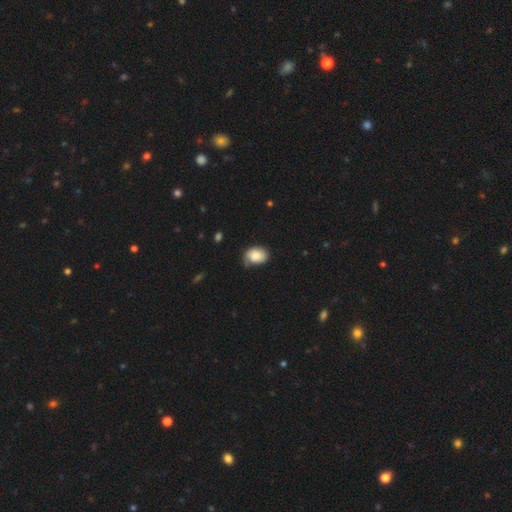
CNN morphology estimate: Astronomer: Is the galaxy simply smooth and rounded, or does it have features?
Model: smooth — 80%.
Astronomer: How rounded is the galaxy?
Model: in between — 71%.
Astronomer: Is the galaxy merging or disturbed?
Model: none — 54% (runner-up: minor disturbance, 33%).